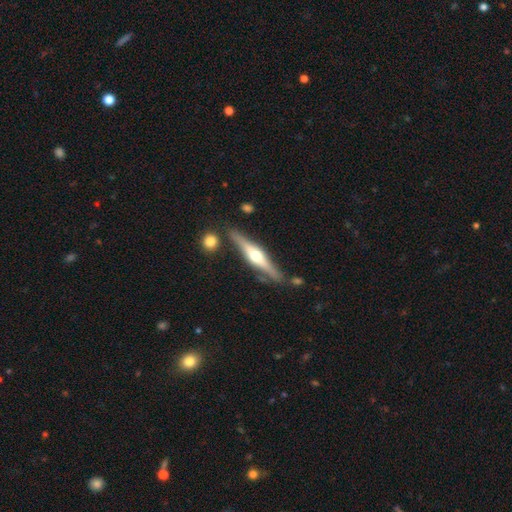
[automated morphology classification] smooth_or_featured: featured or disk (p=0.73) [alt: smooth p=0.22]
disk_edge_on: yes (p=0.97) [alt: no p=0.03]
edge_on_bulge: rounded (p=0.92) [alt: boxy p=0.06]
merging: none (p=0.81) [alt: minor disturbance p=0.11]